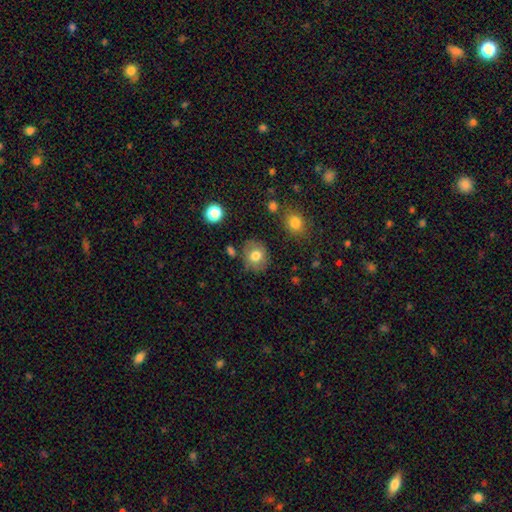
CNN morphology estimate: smooth-or-featured: smooth: 77% | featured or disk: 14% | star or artifact: 10%
  how-rounded: round: 68% | in between: 31% | cigar-shaped: 1%
  merging: none: 77% | minor disturbance: 15% | major disturbance: 4% | merger: 4%